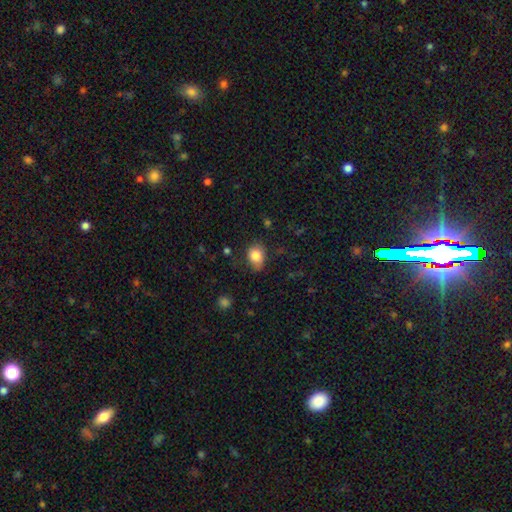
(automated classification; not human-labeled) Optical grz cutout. It shows a smooth galaxy with no disk features (83%) that is in between round and cigar-shaped (62%). Merging: none (65%).